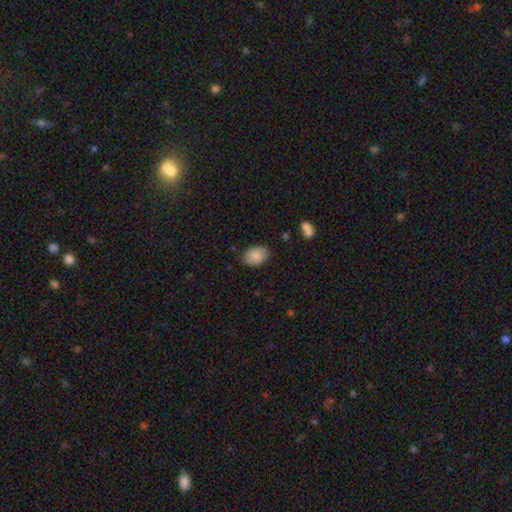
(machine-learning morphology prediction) Smooth or featured: smooth — 85% (featured or disk — 9%)
How rounded: in between — 81% (round — 18%)
Merging: none — 83% (minor disturbance — 13%)